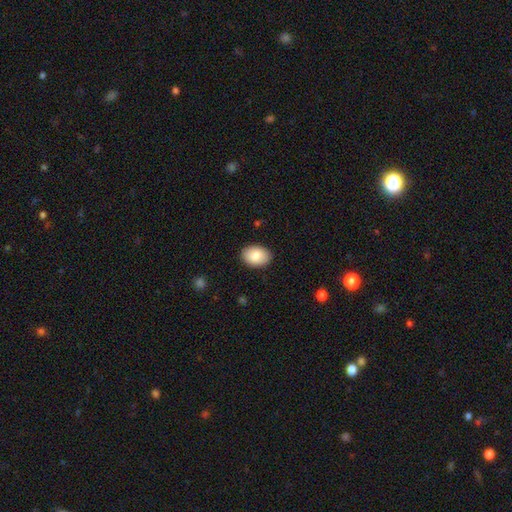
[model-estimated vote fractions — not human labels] Overall: smooth (87%). How rounded: in between (84%). Merging: none (89%).